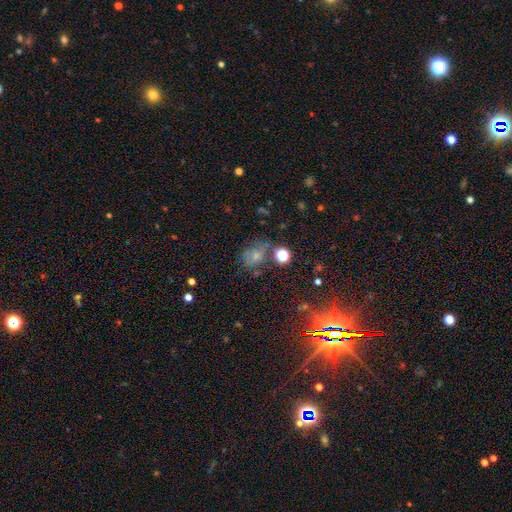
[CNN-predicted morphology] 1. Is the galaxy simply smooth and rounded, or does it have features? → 55% smooth, 23% star or artifact, 22% featured or disk.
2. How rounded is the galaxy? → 53% in between, 46% round, 1% cigar-shaped.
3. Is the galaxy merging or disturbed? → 51% none, 25% minor disturbance, 14% major disturbance, 10% merger.